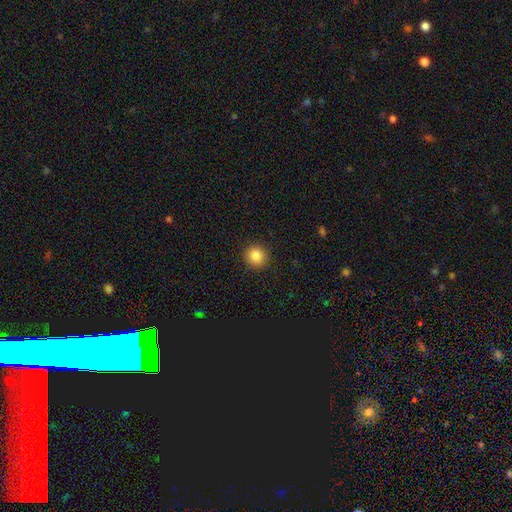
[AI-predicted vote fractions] The model was most divided on "smooth or featured": smooth: 86%, star or artifact: 11%, featured or disk: 4%. More confident: how rounded — round (91%); merging — none (91%).